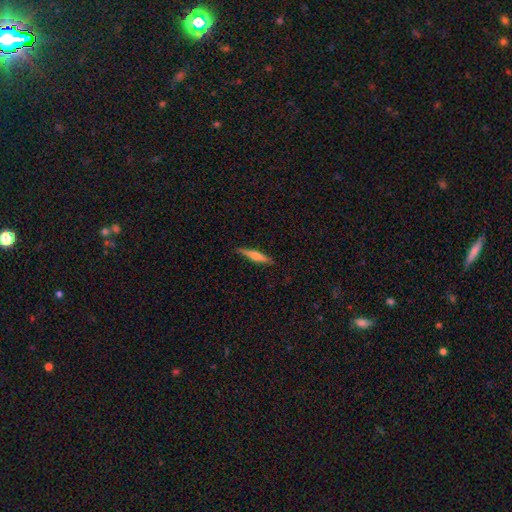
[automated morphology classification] Smooth or featured: featured or disk — 49% (smooth — 45%)
Merging: none — 86% (minor disturbance — 10%)